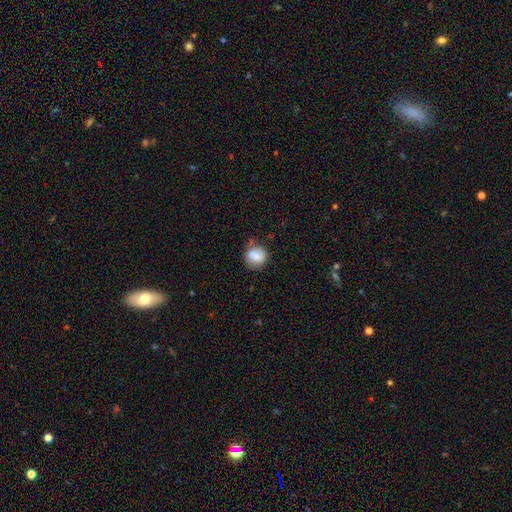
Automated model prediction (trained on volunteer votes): Smooth or featured? Predicted: smooth (p=0.77). How rounded? Predicted: round (p=0.77). Merging? Predicted: none (p=0.65).